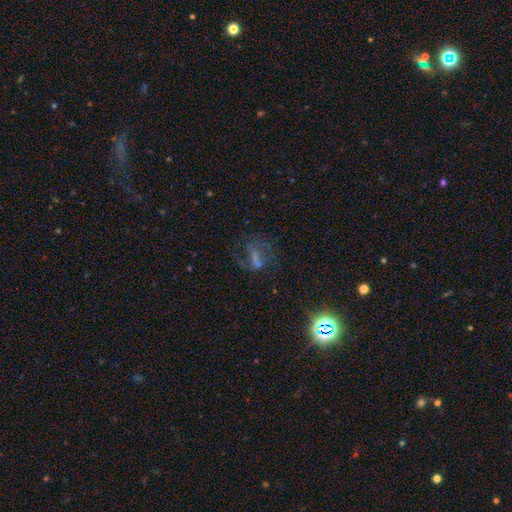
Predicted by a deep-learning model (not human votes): This appears to be a featured or disk galaxy (38%). Merging: none (43%).